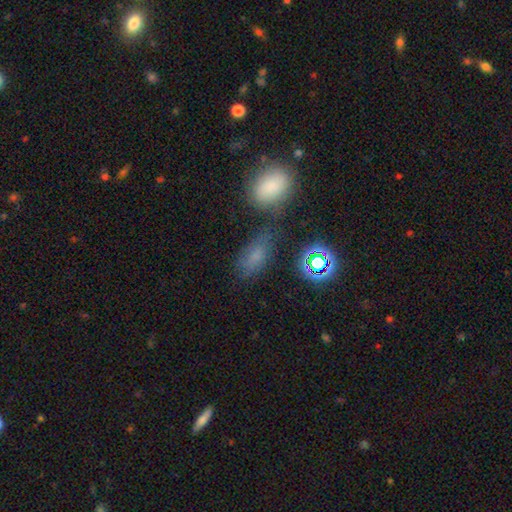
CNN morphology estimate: smooth 64%, star or artifact 25%, featured or disk 11%. Down the decision tree: how rounded — in between (83%); merging — none (64%).